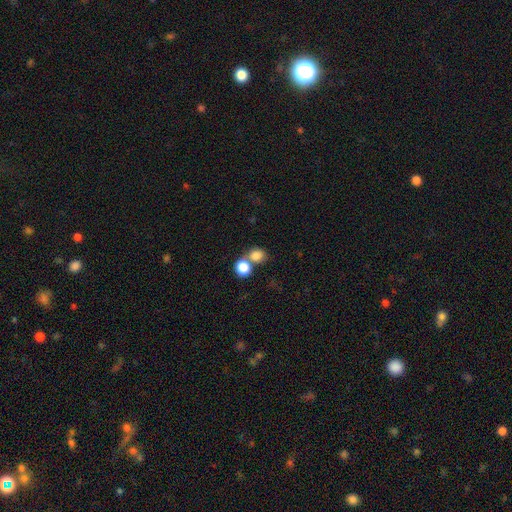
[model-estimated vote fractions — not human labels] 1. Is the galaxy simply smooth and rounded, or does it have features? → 82% smooth, 11% star or artifact, 7% featured or disk.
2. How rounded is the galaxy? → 72% round, 27% in between, 1% cigar-shaped.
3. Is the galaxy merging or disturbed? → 47% merger, 42% none, 7% minor disturbance, 3% major disturbance.